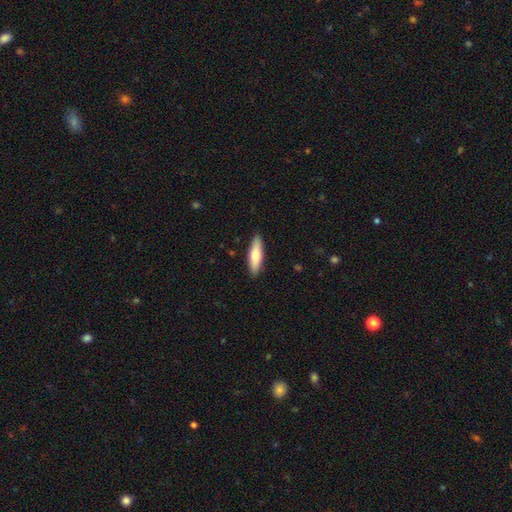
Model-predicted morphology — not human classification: Overall: smooth (68%). How rounded: cigar-shaped (62%; in between 36%). Merging: none (89%).